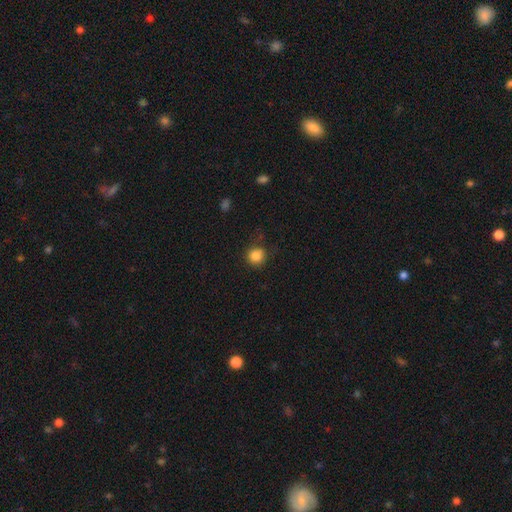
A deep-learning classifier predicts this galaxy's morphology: Q: Smooth or featured?
A: smooth (85%); runner-up: star or artifact (11%)
Q: How rounded?
A: round (91%); runner-up: in between (8%)
Q: Merging?
A: none (82%); runner-up: minor disturbance (13%)